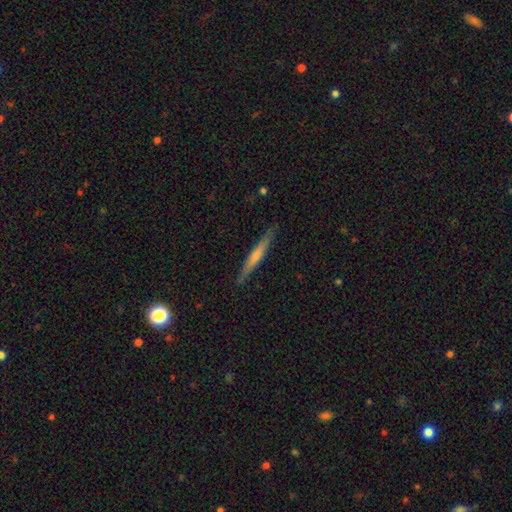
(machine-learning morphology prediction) Smooth or featured? Predicted: featured or disk (p=0.65). Edge-on disk? Predicted: yes (p=0.97). Edge-on bulge? Predicted: rounded (p=0.67). Merging? Predicted: none (p=0.90).